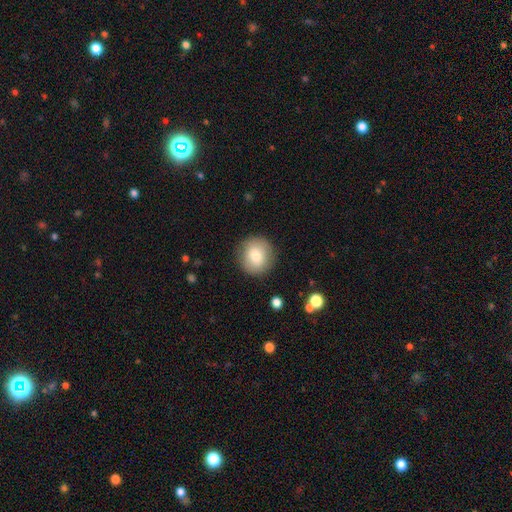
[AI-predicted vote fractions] smooth-or-featured: smooth: 78% | featured or disk: 14% | star or artifact: 8%
  how-rounded: round: 90% | in between: 9% | cigar-shaped: 1%
  merging: none: 88% | minor disturbance: 8% | major disturbance: 3% | merger: 1%